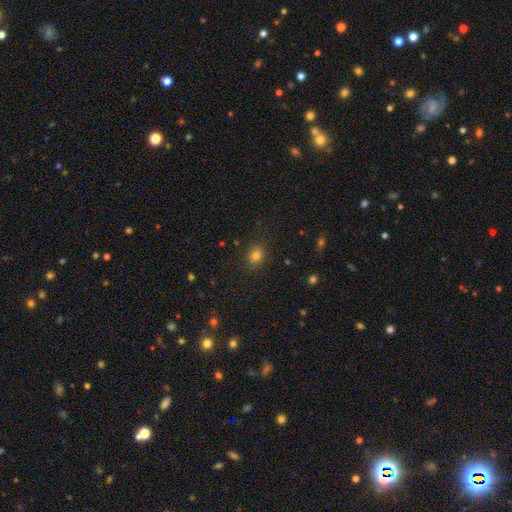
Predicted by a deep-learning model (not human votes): A smooth galaxy with no disk features (78%) that is round (57%). Merging: none (85%).